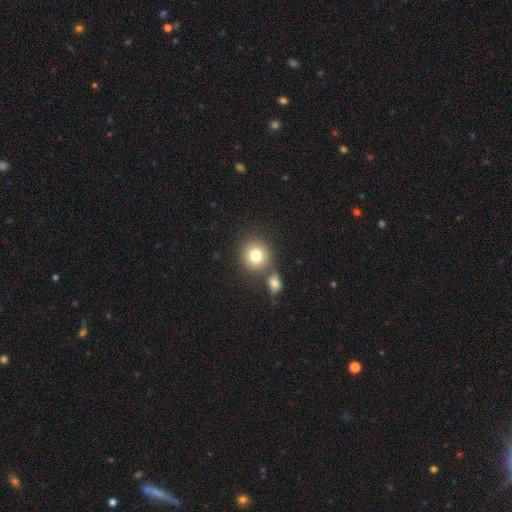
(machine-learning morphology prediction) Smooth or featured? Predicted: smooth (p=0.79). How rounded? Predicted: round (p=0.87). Merging? Predicted: none (p=0.66).